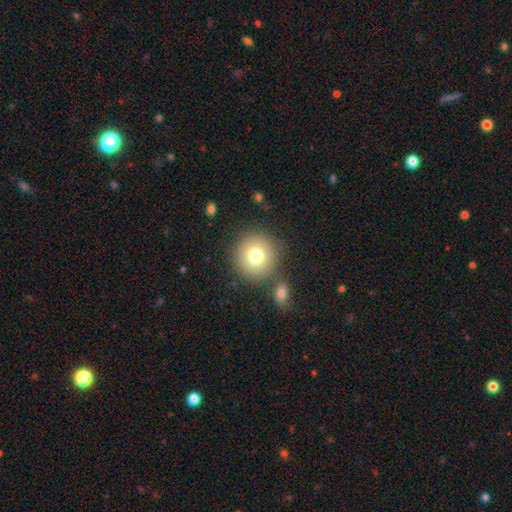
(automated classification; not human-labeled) A smooth galaxy with no disk features (77%) that is round (94%).

Vote fractions:
- Smooth or featured? smooth: 77% / featured or disk: 12% / star or artifact: 11%
- How rounded? round: 94% / in between: 5% / cigar-shaped: 1%
- Merging? none: 79% / merger: 10% / minor disturbance: 8% / major disturbance: 3%